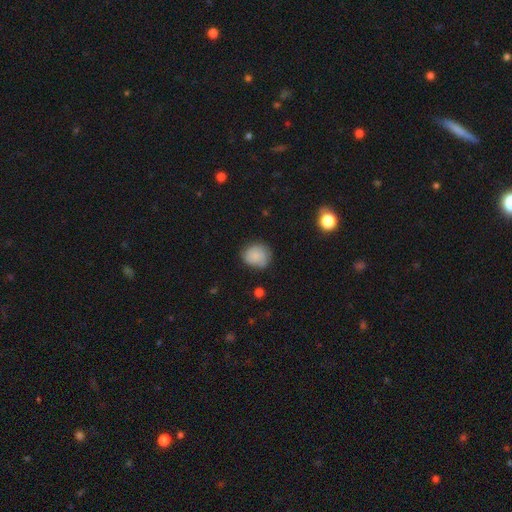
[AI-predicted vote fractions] Morphology: type=smooth (81%); roundness=round (75%); merging=none (69%).